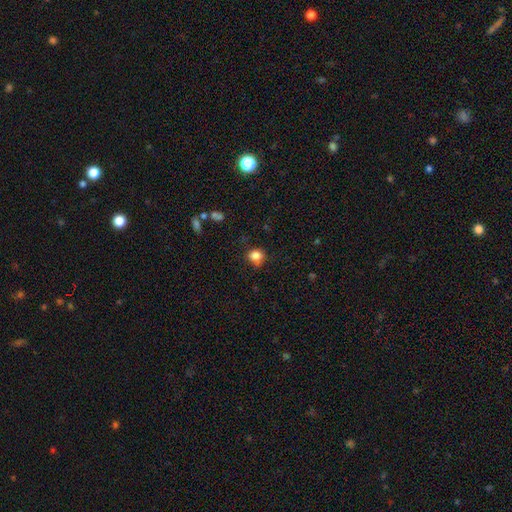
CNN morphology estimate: Q: Smooth or featured?
A: smooth (83%); runner-up: star or artifact (11%)
Q: How rounded?
A: round (78%); runner-up: in between (21%)
Q: Merging?
A: none (64%); runner-up: minor disturbance (27%)